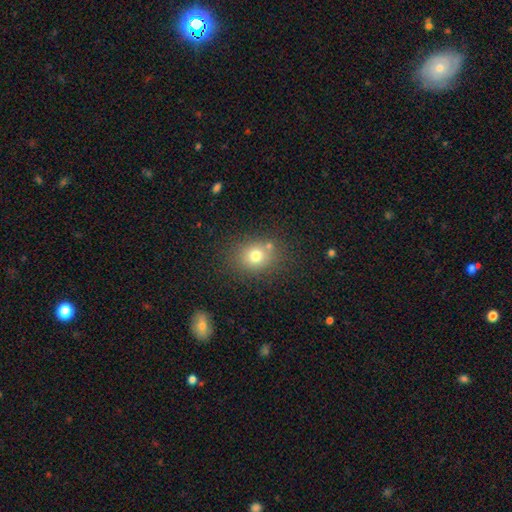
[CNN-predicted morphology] A smooth galaxy with no disk features (74%) that is round (66%). Merging: none (75%).